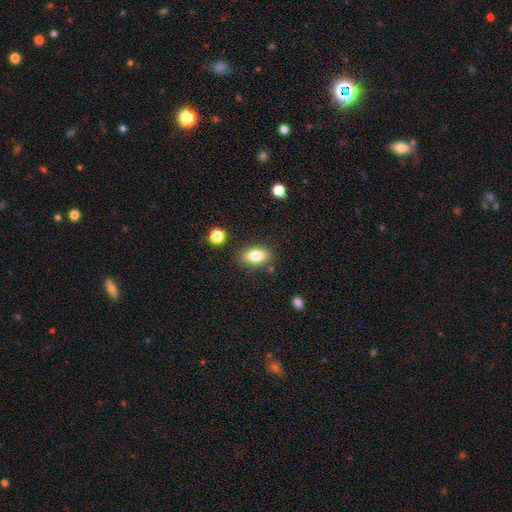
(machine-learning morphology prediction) type=smooth (80%); roundness=in between (87%); merging=none (83%).